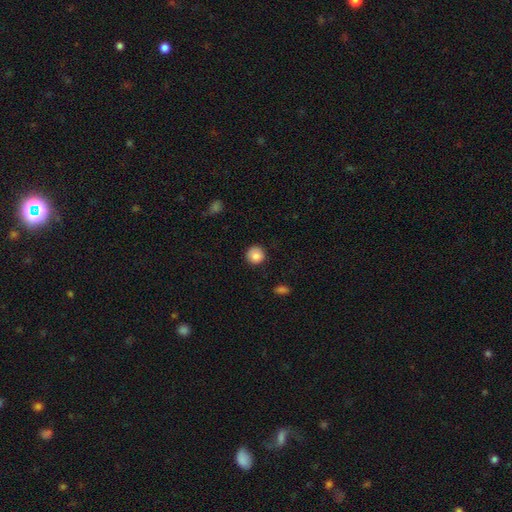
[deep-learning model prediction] smooth-or-featured: smooth: 86% | star or artifact: 9% | featured or disk: 5%
  how-rounded: round: 93% | in between: 6% | cigar-shaped: 1%
  merging: none: 89% | minor disturbance: 8% | major disturbance: 2% | merger: 1%